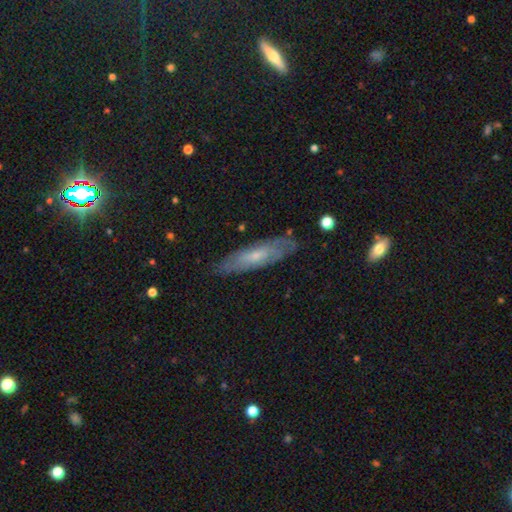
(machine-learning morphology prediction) This appears to be a featured or disk galaxy (55%). Merging: none (78%).